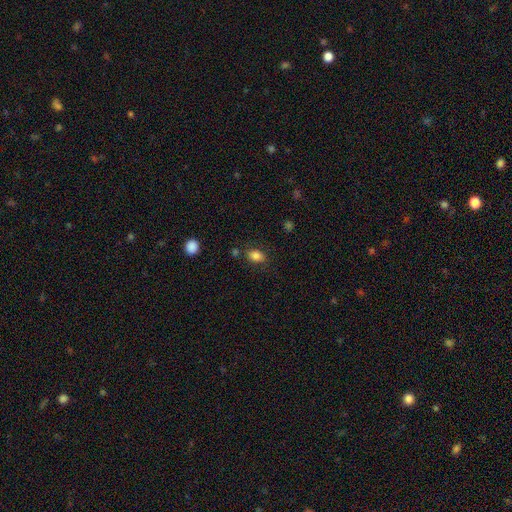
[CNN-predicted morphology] A smooth galaxy with no disk features (84%) that is in between round and cigar-shaped (76%).

Vote fractions:
- Smooth or featured? smooth: 84% / star or artifact: 10% / featured or disk: 6%
- How rounded? in between: 76% / round: 23% / cigar-shaped: 1%
- Merging? none: 75% / minor disturbance: 15% / major disturbance: 5% / merger: 5%